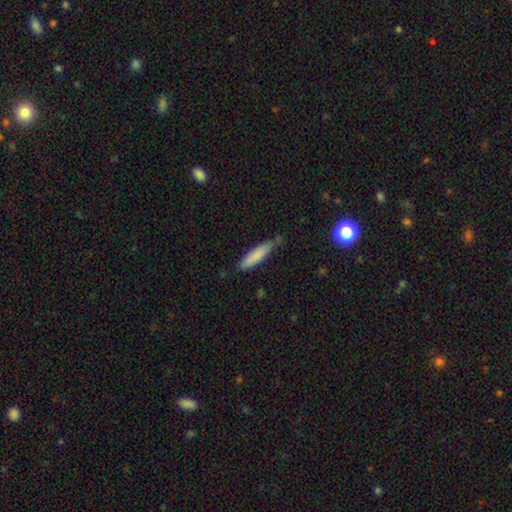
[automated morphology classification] A smooth galaxy with no disk features (82%) that is cigar-shaped (77%).

Vote fractions:
- Smooth or featured? smooth: 82% / featured or disk: 12% / star or artifact: 6%
- How rounded? cigar-shaped: 77% / in between: 22% / round: 1%
- Merging? none: 64% / minor disturbance: 28% / major disturbance: 5% / merger: 3%